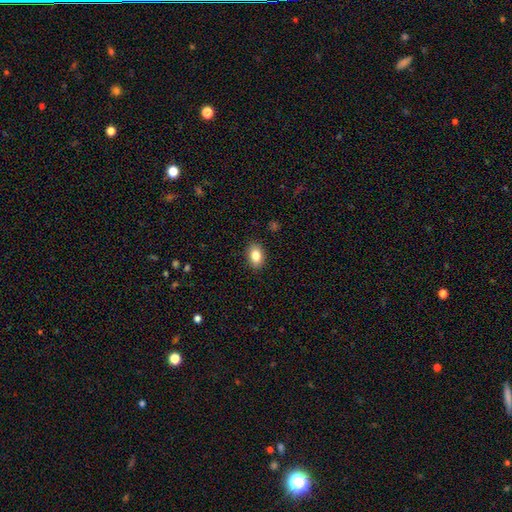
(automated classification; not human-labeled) smooth-or-featured: smooth: 84% | star or artifact: 8% | featured or disk: 7%
  how-rounded: in between: 83% | round: 16% | cigar-shaped: 1%
  merging: none: 89% | minor disturbance: 8% | major disturbance: 2% | merger: 1%